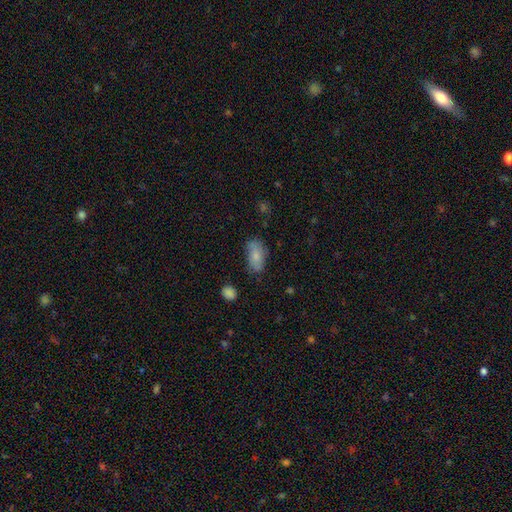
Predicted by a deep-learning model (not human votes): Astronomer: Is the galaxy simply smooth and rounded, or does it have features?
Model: smooth — 79%.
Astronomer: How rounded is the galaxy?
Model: in between — 91%.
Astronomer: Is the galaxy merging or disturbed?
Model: none — 68%.